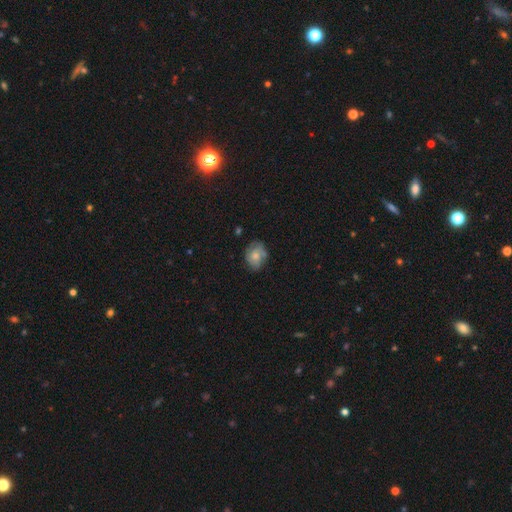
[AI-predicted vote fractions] Smooth or featured: smooth — 53% (featured or disk — 39%)
How rounded: in between — 56% (round — 43%)
Merging: none — 63% (minor disturbance — 26%)